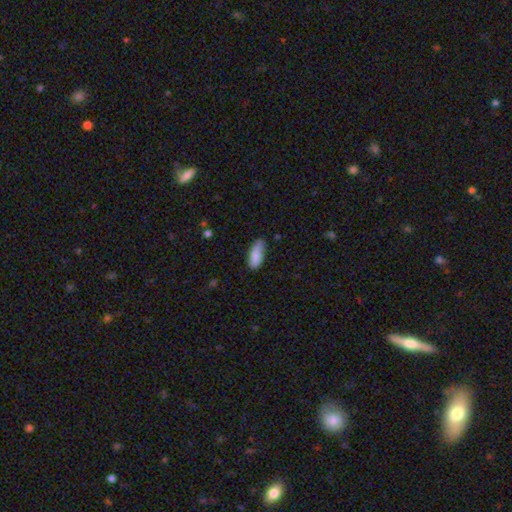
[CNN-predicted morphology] This is clearly a smooth galaxy (86%). How rounded: likely in between (79%). Merging: likely none (69%).